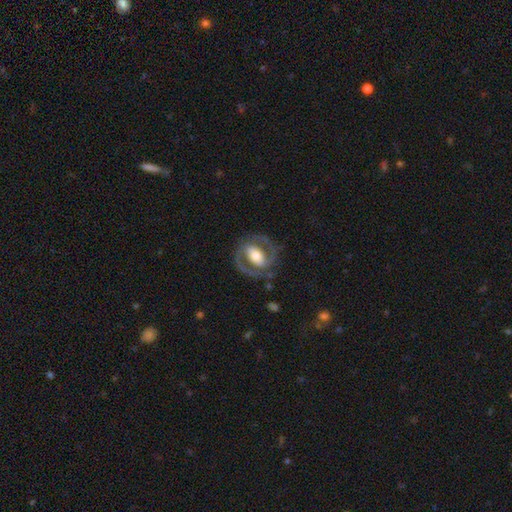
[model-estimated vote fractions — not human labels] This is clearly a featured or disk galaxy (82%). It is clearly not viewed edge-on (97%). Bar: possibly strong (45%). Spiral arm pattern: clearly yes (88%). Spiral arm count: clearly 2 (90%). Spiral winding: possibly medium (53%). Central bulge: possibly moderate (60%). Merging: likely none (79%).